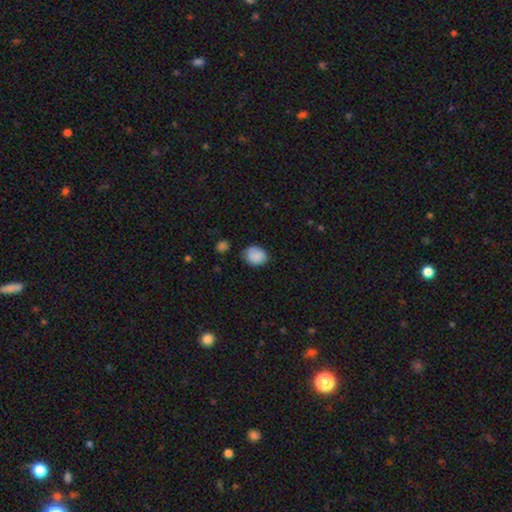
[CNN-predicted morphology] Smooth or featured?
  - smooth: 86% *
  - star or artifact: 8%
  - featured or disk: 6%
How rounded?
  - round: 57% *
  - in between: 42%
  - cigar-shaped: 1%
Merging?
  - none: 73% *
  - minor disturbance: 21%
  - major disturbance: 4%
  - merger: 2%